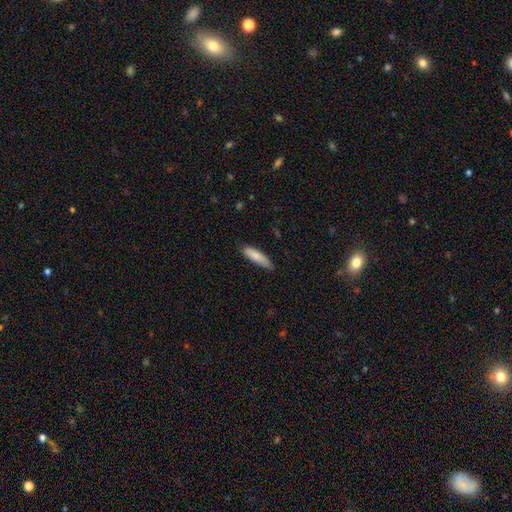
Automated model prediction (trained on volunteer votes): Smooth or featured? Predicted: smooth (p=0.83). How rounded? Predicted: cigar-shaped (p=0.69). Merging? Predicted: none (p=0.78).